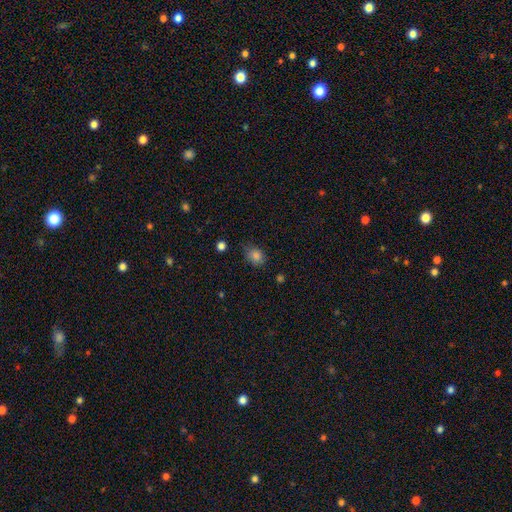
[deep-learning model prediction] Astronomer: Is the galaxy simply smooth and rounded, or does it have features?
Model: smooth — 83%.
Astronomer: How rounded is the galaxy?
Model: round — 55% (runner-up: in between, 44%).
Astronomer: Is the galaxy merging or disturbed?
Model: none — 72%.